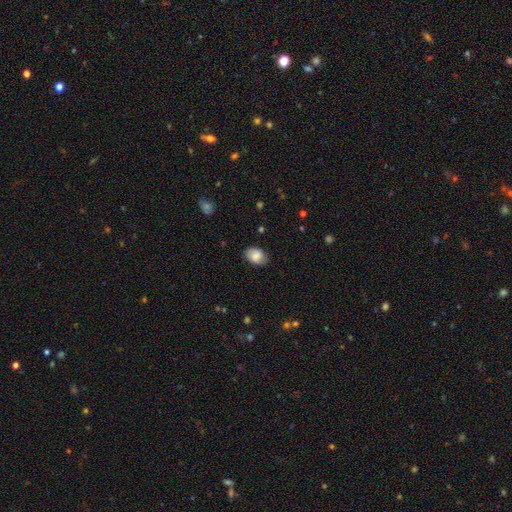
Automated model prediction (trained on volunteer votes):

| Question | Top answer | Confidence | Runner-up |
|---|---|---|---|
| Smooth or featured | smooth | 76% | featured or disk (16%) |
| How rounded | in between | 80% | round (19%) |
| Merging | none | 81% | minor disturbance (15%) |